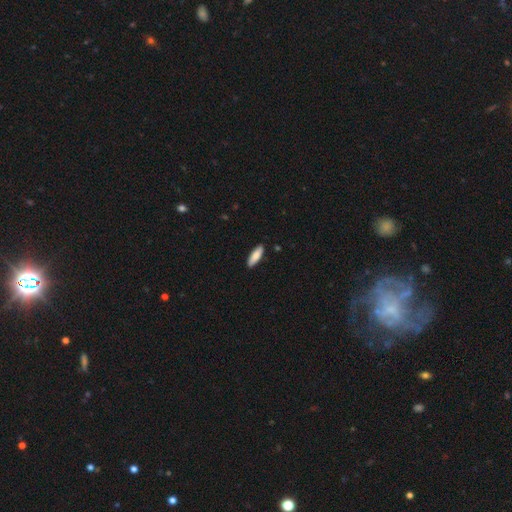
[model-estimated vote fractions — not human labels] This appears to be a smooth galaxy with no disk features (84%) that is in between round and cigar-shaped (49%, tied with cigar-shaped). Merging: none (89%).